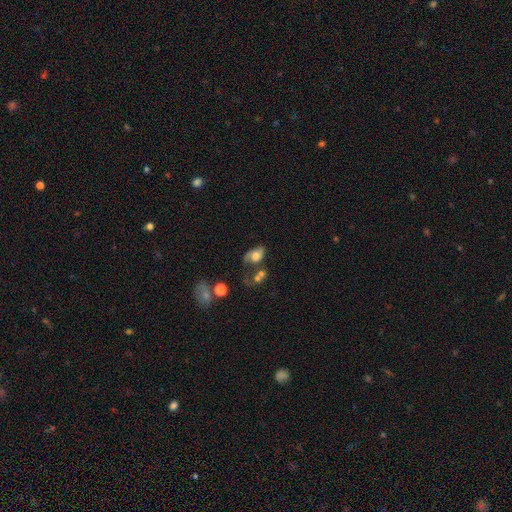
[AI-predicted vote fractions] Smooth or featured? Predicted: smooth (p=0.53). How rounded? Predicted: in between (p=0.78). Merging? Predicted: none (p=0.36).